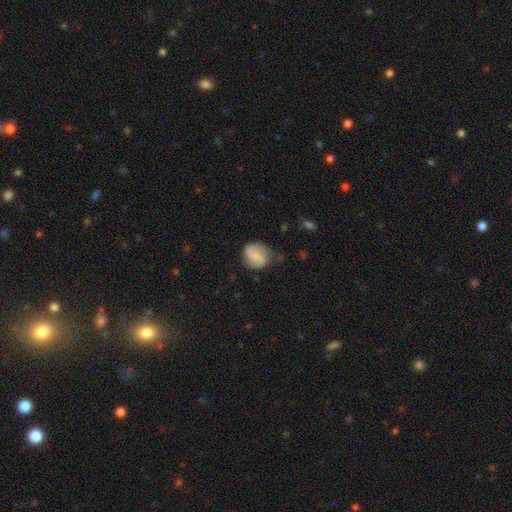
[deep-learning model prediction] Smooth or featured? Predicted: smooth (p=0.62). How rounded? Predicted: round (p=0.62). Merging? Predicted: none (p=0.60).